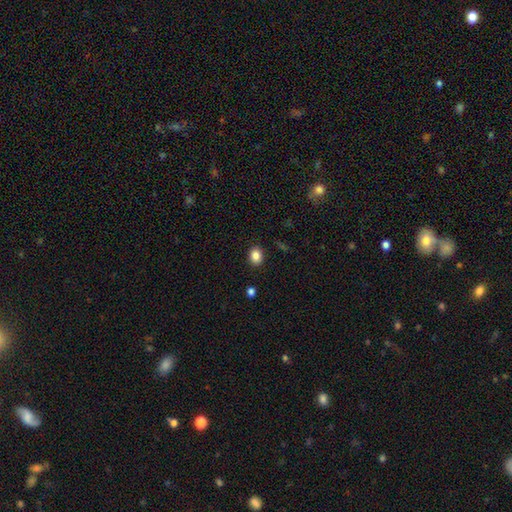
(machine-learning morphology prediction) smooth-or-featured: smooth: 85% | star or artifact: 10% | featured or disk: 5%
  how-rounded: round: 52% | in between: 47% | cigar-shaped: 1%
  merging: none: 89% | minor disturbance: 8% | major disturbance: 2% | merger: 1%